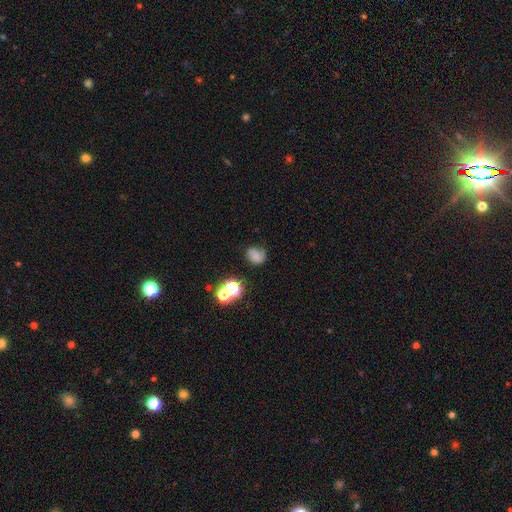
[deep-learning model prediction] Smooth or featured? Predicted: smooth (p=0.51). How rounded? Predicted: round (p=0.60). Merging? Predicted: none (p=0.58).